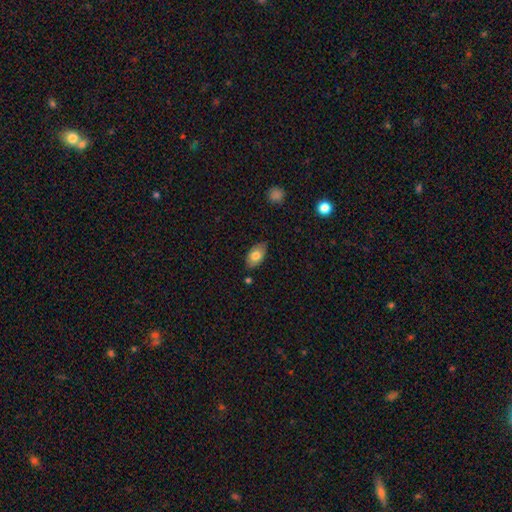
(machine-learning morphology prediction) This appears to be a smooth galaxy with no disk features (77%) that is in between round and cigar-shaped (92%). Merging: none (79%).